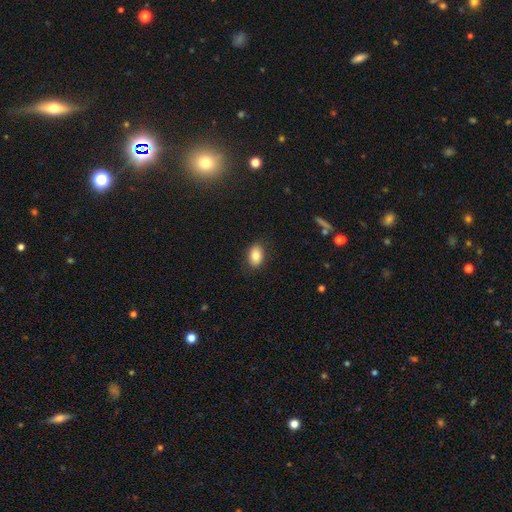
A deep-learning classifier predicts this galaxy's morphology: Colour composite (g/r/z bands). It shows a smooth galaxy with no disk features (82%) that is in between round and cigar-shaped (84%). Merging: none (85%).